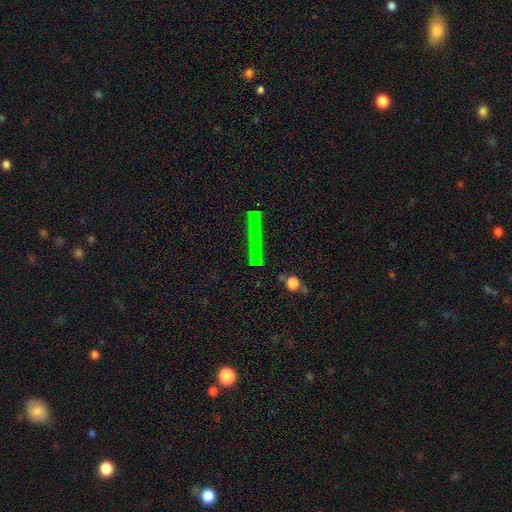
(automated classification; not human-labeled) smooth_or_featured: star or artifact (p=0.59) [alt: smooth p=0.25]